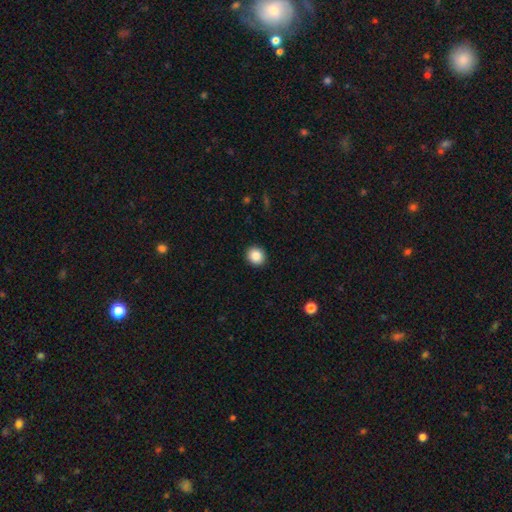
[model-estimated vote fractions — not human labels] Smooth or featured?
  - smooth: 87% *
  - star or artifact: 9%
  - featured or disk: 4%
How rounded?
  - round: 82% *
  - in between: 17%
  - cigar-shaped: 1%
Merging?
  - none: 92% *
  - minor disturbance: 5%
  - major disturbance: 2%
  - merger: 1%